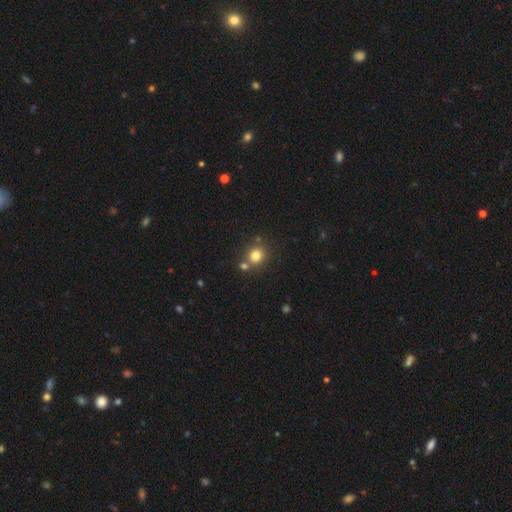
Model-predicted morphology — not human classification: smooth-or-featured: smooth: 79% | star or artifact: 13% | featured or disk: 8%
  how-rounded: round: 86% | in between: 13% | cigar-shaped: 1%
  merging: none: 70% | merger: 18% | minor disturbance: 9% | major disturbance: 3%